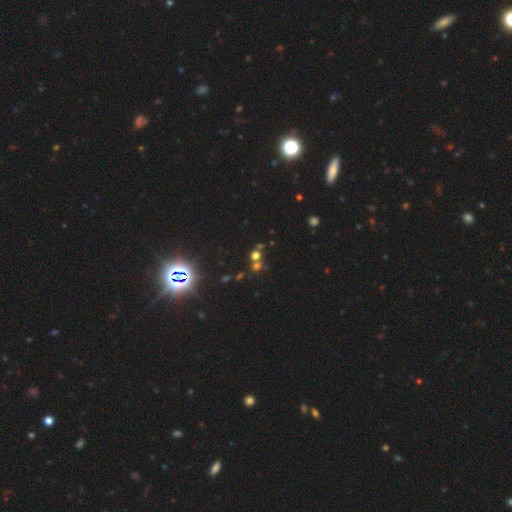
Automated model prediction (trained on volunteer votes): A smooth galaxy with no disk features (44%, tied with star or artifact).

Vote fractions:
- Smooth or featured? smooth: 44% (tied) / star or artifact: 44% (tied) / featured or disk: 12%
- Merging? none: 55% / merger: 34% / minor disturbance: 7% / major disturbance: 4%